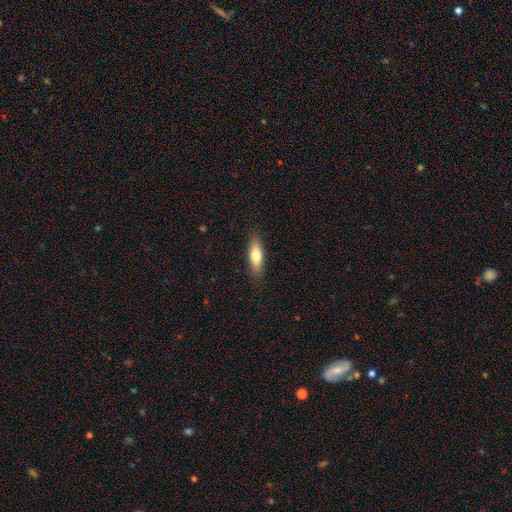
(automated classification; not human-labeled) Q: Smooth or featured?
A: smooth (70%); runner-up: featured or disk (23%)
Q: How rounded?
A: in between (55%); runner-up: cigar-shaped (42%)
Q: Merging?
A: none (86%); runner-up: minor disturbance (11%)